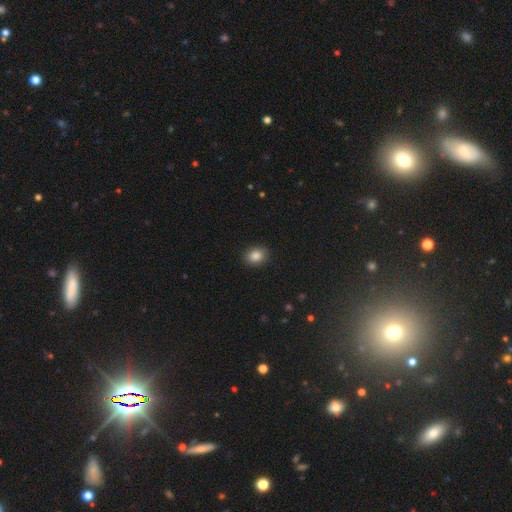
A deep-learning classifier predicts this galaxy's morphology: Smooth or featured? Predicted: smooth (p=0.87). How rounded? Predicted: in between (p=0.51). Merging? Predicted: none (p=0.89).